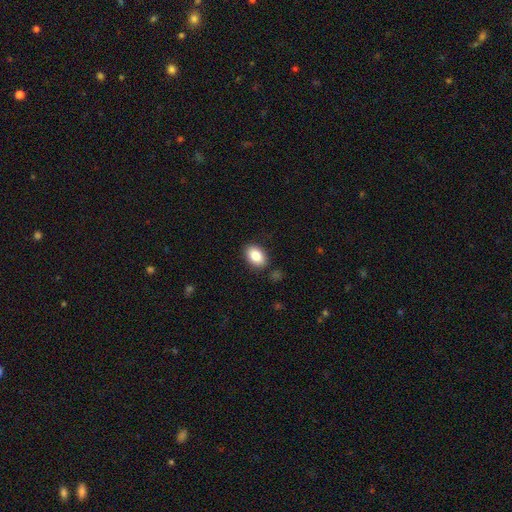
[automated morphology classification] type=smooth (85%); roundness=in between (85%); merging=none (86%).